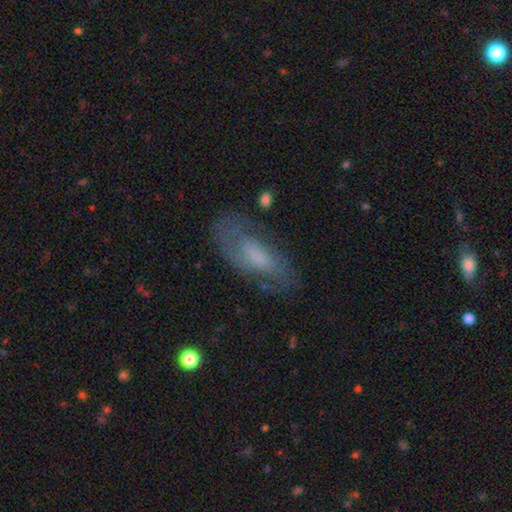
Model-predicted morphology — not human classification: Smooth or featured?
  - featured or disk: 58% *
  - smooth: 34%
  - star or artifact: 8%
Edge-on disk?
  - no: 90% *
  - yes: 10%
Bar?
  - no: 54% *
  - weak: 37%
  - strong: 9%
Spiral arms?
  - yes: 76% *
  - no: 24%
Bulge size?
  - moderate: 33% *
  - none: 24%
  - small: 22%
  - large: 18%
  - dominant: 2%
Merging?
  - none: 66% *
  - minor disturbance: 20%
  - major disturbance: 12%
  - merger: 2%